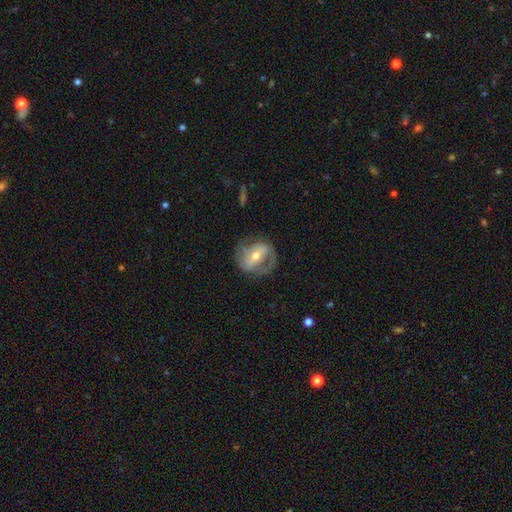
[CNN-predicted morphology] Smooth or featured: featured or disk — 75% (smooth — 19%)
Edge-on disk: no — 95% (yes — 5%)
Bar: strong — 47% (weak — 33%)
Spiral arms: yes — 75% (no — 25%)
Spiral winding: medium — 44% (tight — 35%)
Spiral arm count: 2 — 76% (can't tell — 13%)
Bulge size: moderate — 61% (small — 34%)
Merging: none — 68% (minor disturbance — 18%)